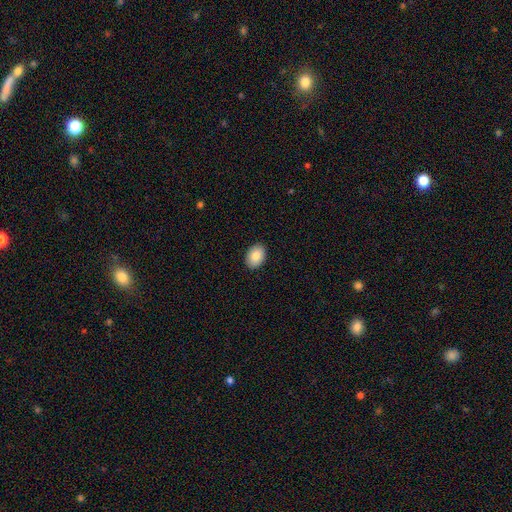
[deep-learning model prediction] smooth-or-featured: smooth: 84% | featured or disk: 9% | star or artifact: 7%
  how-rounded: in between: 82% | round: 17% | cigar-shaped: 1%
  merging: none: 91% | minor disturbance: 7% | major disturbance: 2% | merger: 1%